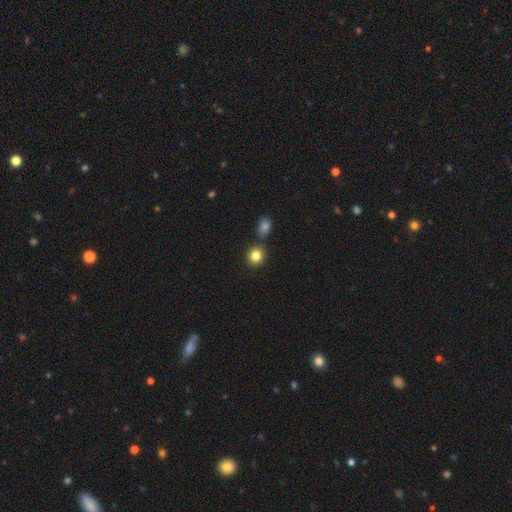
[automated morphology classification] Smooth or featured: smooth — 83% (star or artifact — 11%)
How rounded: round — 77% (in between — 22%)
Merging: none — 74% (merger — 13%)